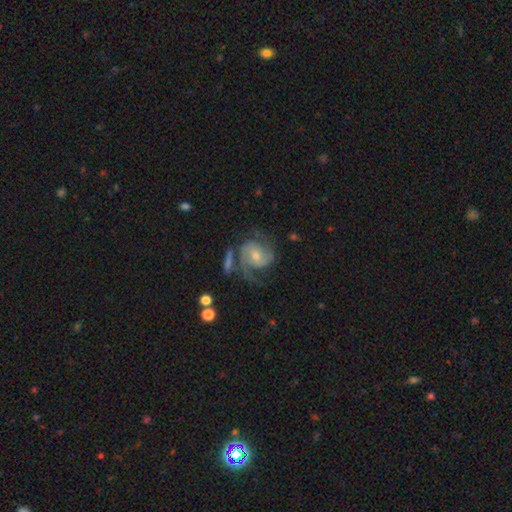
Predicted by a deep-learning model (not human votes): The model was most divided on "bulge size": small: 53%, moderate: 42%, large: 3%, none: 2%, dominant: 1%. More confident: edge-on disk — no (97%); spiral arms — yes (96%); smooth or featured — featured or disk (84%); spiral arm count — 2 (79%); merging — none (57%); bar — no (55%); spiral winding — medium (50%).